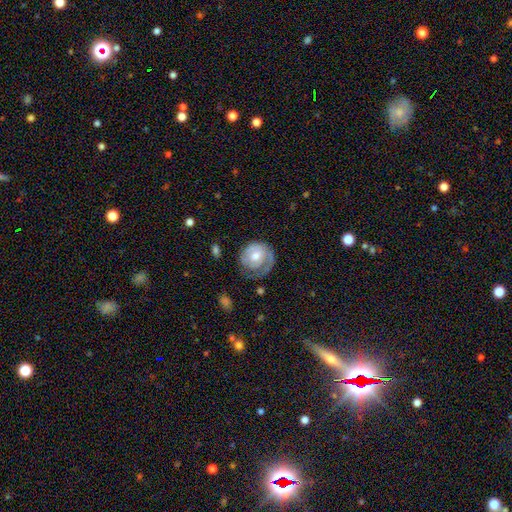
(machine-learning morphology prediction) Smooth or featured? featured or disk (69%)
Edge-on disk? no (98%)
Bar? no (69%)
Spiral arms? yes (86%)
Spiral winding? tight (65%)
Spiral arm count? 1 (56%)
Bulge size? moderate (64%)
Merging? none (59%)